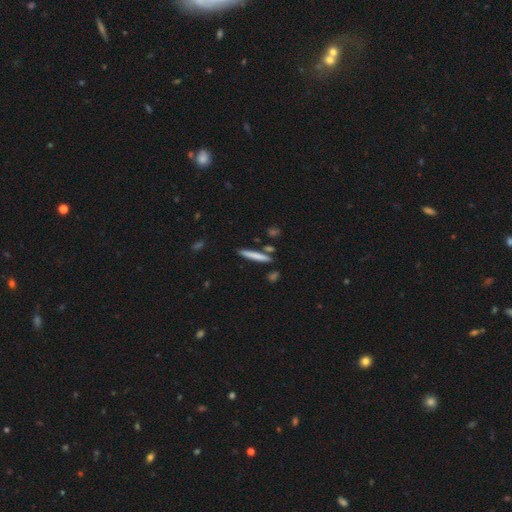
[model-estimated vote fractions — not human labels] Smooth or featured: smooth — 73% (featured or disk — 21%)
How rounded: cigar-shaped — 94% (in between — 4%)
Merging: none — 84% (minor disturbance — 8%)